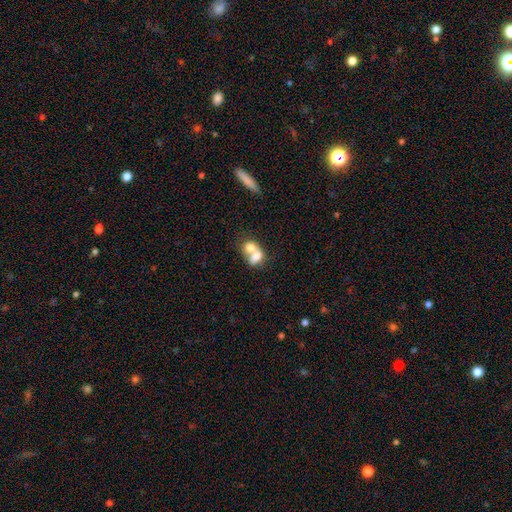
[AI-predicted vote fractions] A smooth galaxy with no disk features (69%) that is in between round and cigar-shaped (61%). Merging: merger (74%).